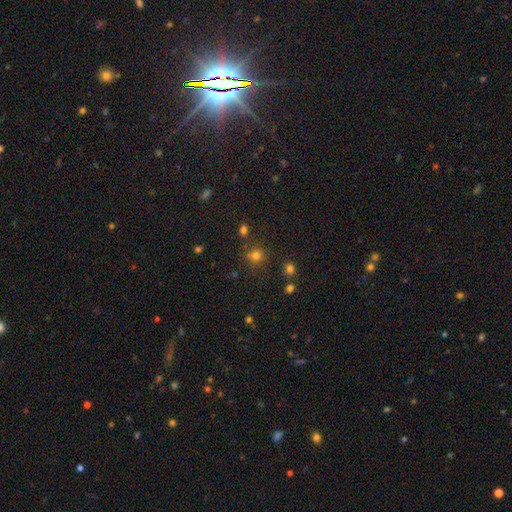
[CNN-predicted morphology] Smooth or featured: smooth — 73% (star or artifact — 21%)
How rounded: round — 89% (in between — 10%)
Merging: none — 79% (minor disturbance — 10%)